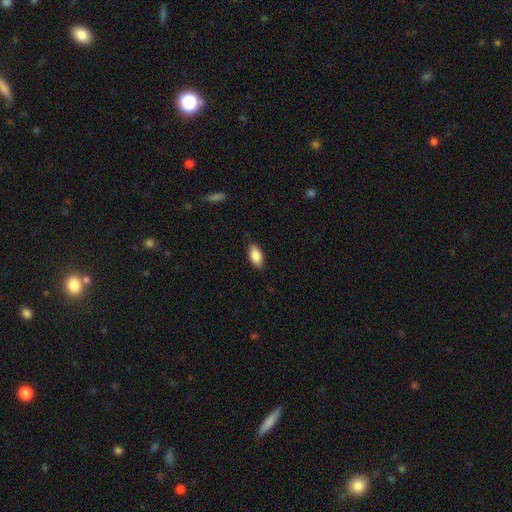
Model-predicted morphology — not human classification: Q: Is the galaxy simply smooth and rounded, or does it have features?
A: smooth — 84%.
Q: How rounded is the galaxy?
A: in between — 90%.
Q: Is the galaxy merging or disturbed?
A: none — 84%.